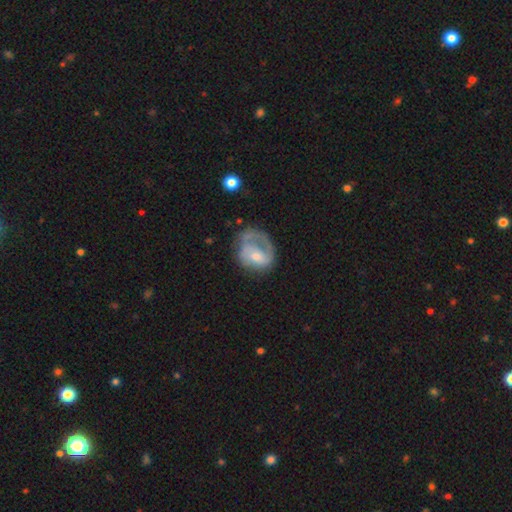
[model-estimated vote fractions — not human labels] smooth-or-featured: featured or disk: 55% | smooth: 38% | star or artifact: 7%
  disk-edge-on: no: 97% | yes: 3%
    bar: no: 64% | weak: 30% | strong: 6%
    has-spiral-arms: yes: 60% | no: 40%
    bulge-size: small: 45% | moderate: 41% | none: 8% | large: 5% | dominant: 1%
  merging: major disturbance: 39% | none: 33% | minor disturbance: 25% | merger: 3%